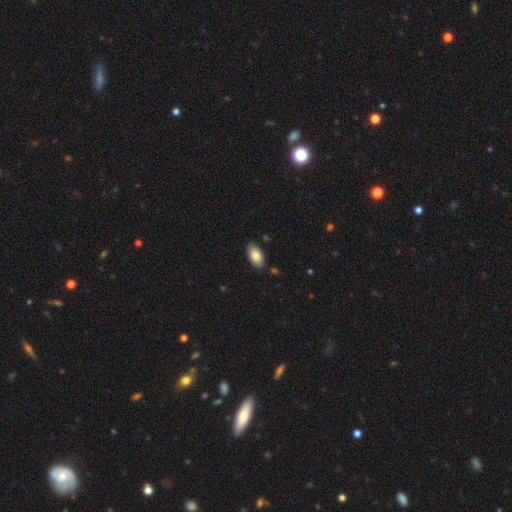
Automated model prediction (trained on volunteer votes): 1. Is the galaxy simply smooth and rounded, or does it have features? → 85% smooth, 9% featured or disk, 7% star or artifact.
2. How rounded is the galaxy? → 95% in between, 3% round, 3% cigar-shaped.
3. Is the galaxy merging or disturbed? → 86% none, 10% minor disturbance, 2% major disturbance, 2% merger.